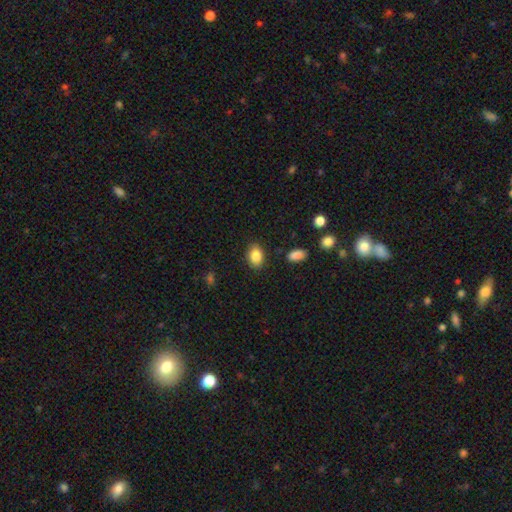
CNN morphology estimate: Overall: smooth (85%). How rounded: in between (80%). Merging: none (86%).